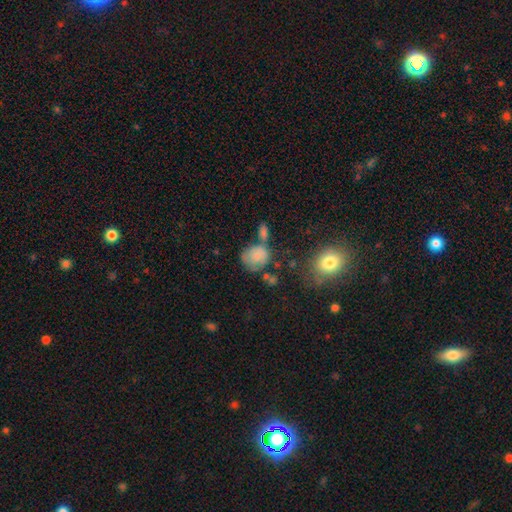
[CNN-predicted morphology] Smooth or featured?
  - smooth: 75% *
  - featured or disk: 15%
  - star or artifact: 10%
How rounded?
  - round: 62% *
  - in between: 37%
  - cigar-shaped: 1%
Merging?
  - none: 37% *
  - merger: 26%
  - minor disturbance: 22%
  - major disturbance: 14%